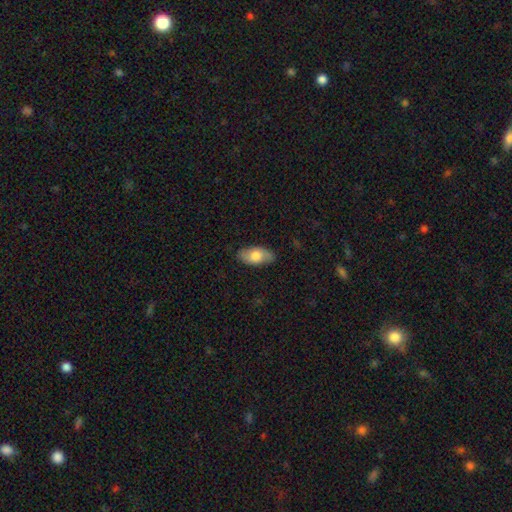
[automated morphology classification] Overall: smooth (71%). How rounded: in between (92%). Merging: none (83%).